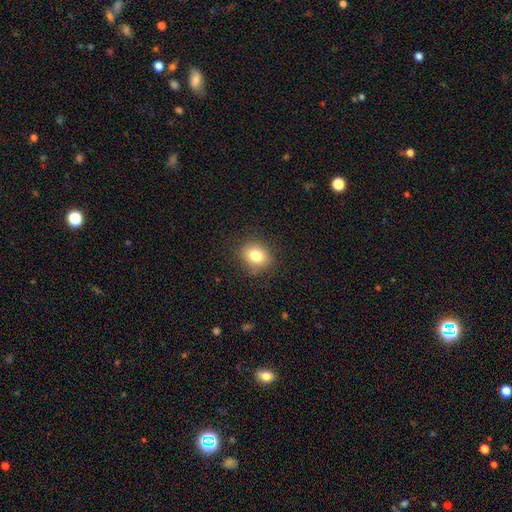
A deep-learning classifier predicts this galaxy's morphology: Q: Smooth or featured?
A: smooth (81%); runner-up: star or artifact (10%)
Q: How rounded?
A: round (54%); runner-up: in between (45%)
Q: Merging?
A: none (85%); runner-up: minor disturbance (11%)